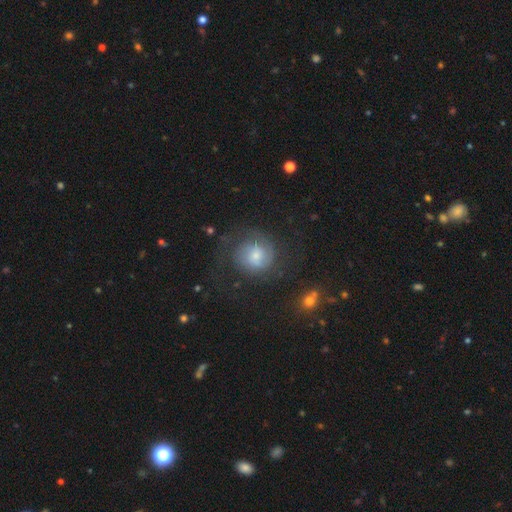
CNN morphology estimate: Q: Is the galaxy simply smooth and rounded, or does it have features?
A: featured or disk — 65%.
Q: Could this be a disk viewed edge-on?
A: no — 98%.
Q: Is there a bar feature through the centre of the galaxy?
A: no — 61%.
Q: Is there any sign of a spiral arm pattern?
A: yes — 91%.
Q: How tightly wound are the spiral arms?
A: tight — 46%.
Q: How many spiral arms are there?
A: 2 — 58%.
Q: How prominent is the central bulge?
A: small — 47%.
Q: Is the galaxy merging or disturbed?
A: none — 66%.